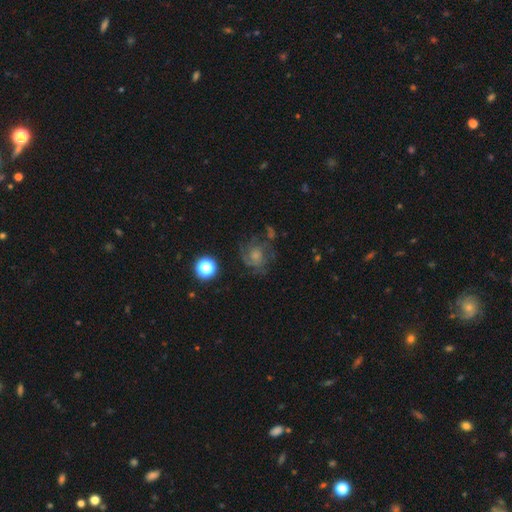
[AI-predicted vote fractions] Smooth or featured? featured or disk (58%)
Edge-on disk? no (98%)
Bar? no (77%)
Spiral arms? yes (81%)
Bulge size? small (37%)
Merging? none (54%)